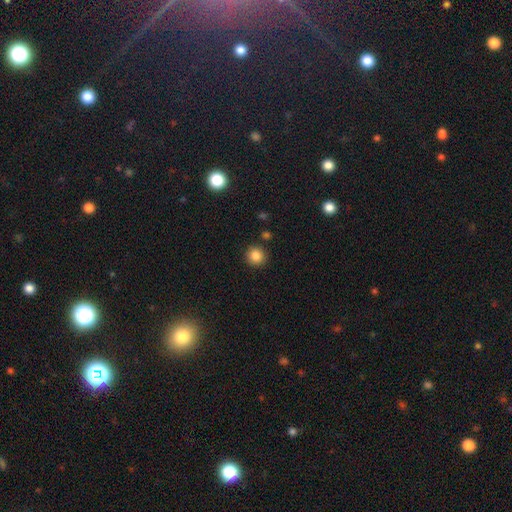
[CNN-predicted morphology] This appears to be a smooth galaxy with no disk features (85%) that is round (93%). Merging: none (90%).